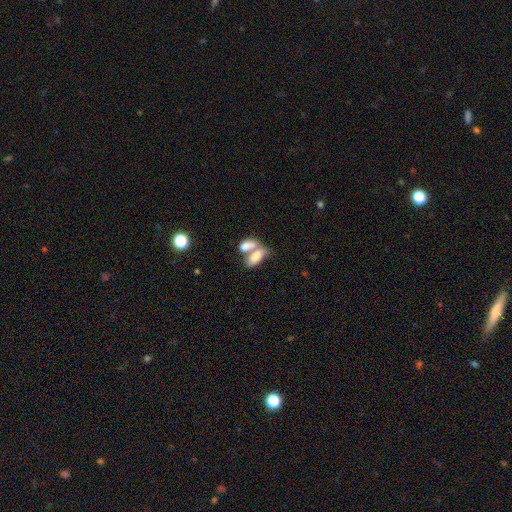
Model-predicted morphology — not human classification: Q: Smooth or featured?
A: smooth (75%); runner-up: featured or disk (17%)
Q: How rounded?
A: in between (91%); runner-up: cigar-shaped (5%)
Q: Merging?
A: merger (69%); runner-up: none (18%)